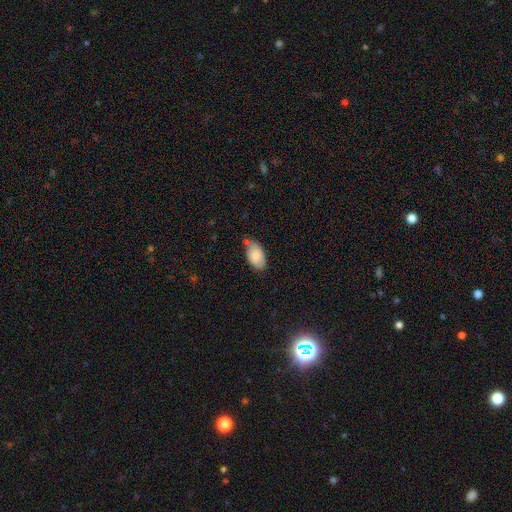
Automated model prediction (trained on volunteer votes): The model was most divided on "merging": none: 62%, minor disturbance: 26%, merger: 7%, major disturbance: 5%. More confident: how rounded — in between (94%); smooth or featured — smooth (85%).